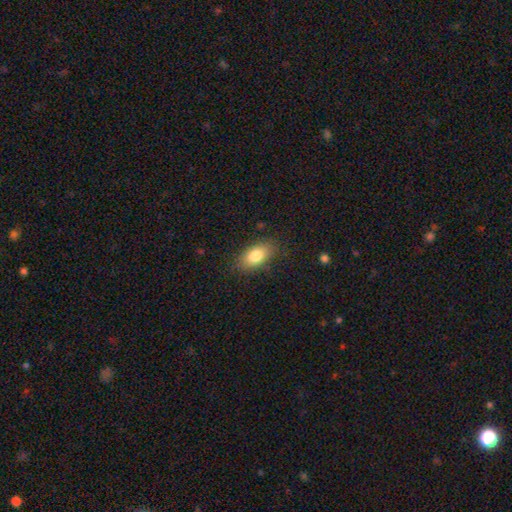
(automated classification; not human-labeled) Morphology: type=smooth (81%); roundness=in between (90%); merging=none (83%).